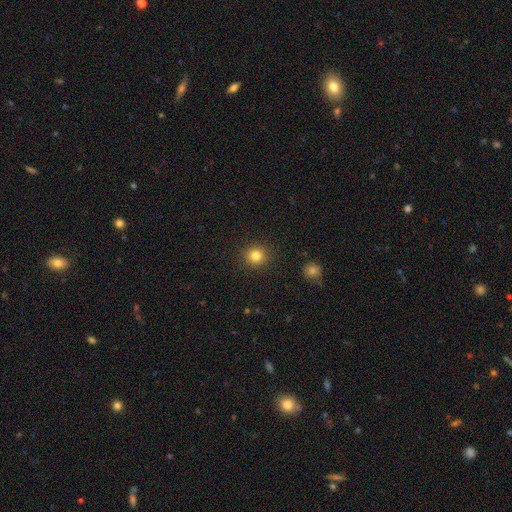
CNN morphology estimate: The model was most divided on "smooth or featured": smooth: 82%, star or artifact: 12%, featured or disk: 6%. More confident: how rounded — round (93%); merging — none (91%).